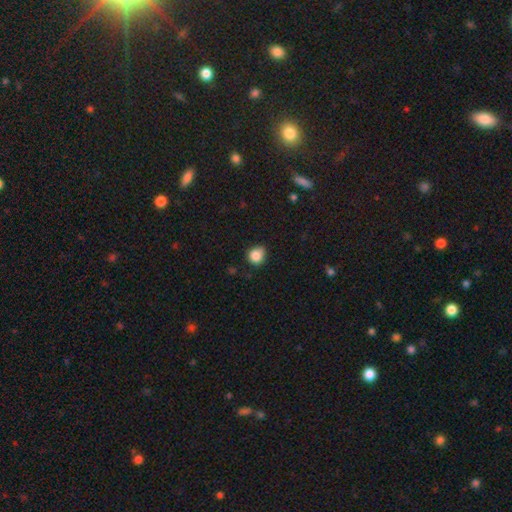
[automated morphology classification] Smooth or featured?
  - smooth: 85% *
  - star or artifact: 10%
  - featured or disk: 5%
How rounded?
  - round: 78% *
  - in between: 21%
  - cigar-shaped: 1%
Merging?
  - none: 64% *
  - minor disturbance: 28%
  - major disturbance: 5%
  - merger: 3%